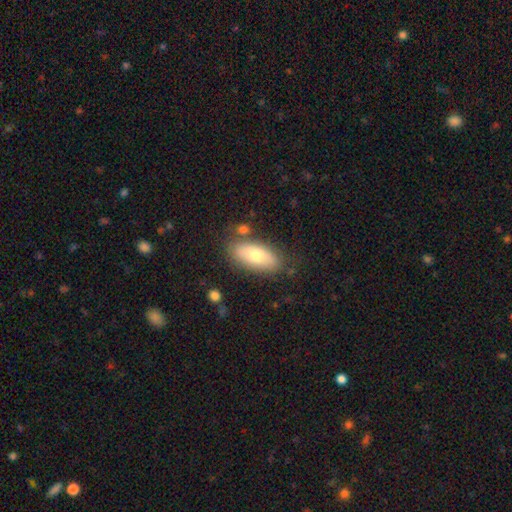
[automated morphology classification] Overall: smooth (69%). How rounded: in between (88%). Merging: none (76%).